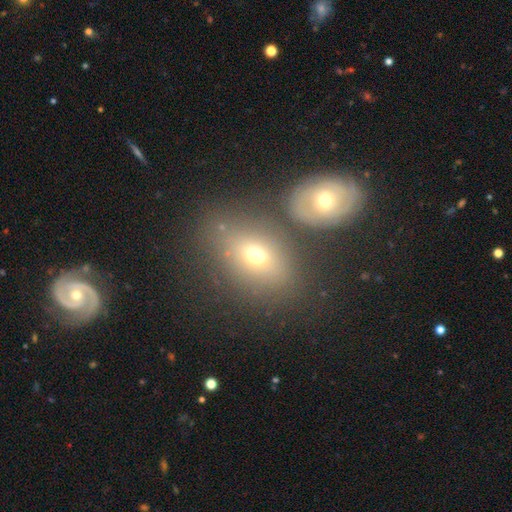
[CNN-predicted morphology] type=smooth (63%); roundness=in between (75%); merging=none (58%).